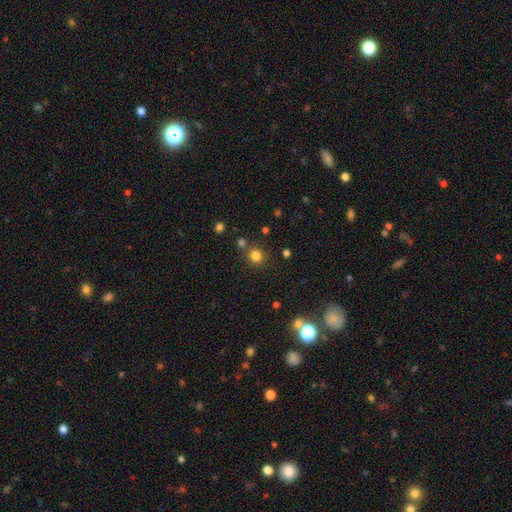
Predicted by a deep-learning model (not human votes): Q: Smooth or featured?
A: smooth (81%); runner-up: star or artifact (14%)
Q: How rounded?
A: round (90%); runner-up: in between (9%)
Q: Merging?
A: none (79%); runner-up: merger (10%)